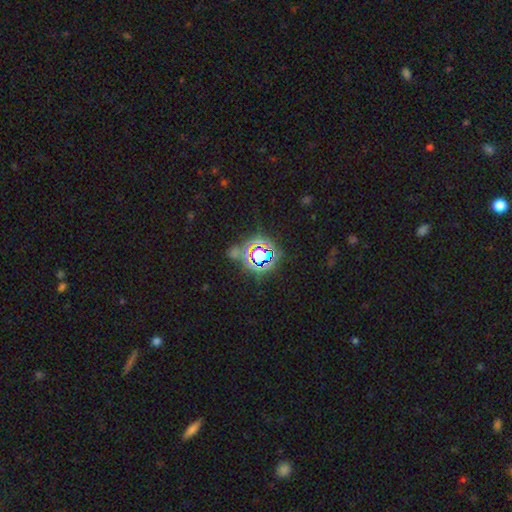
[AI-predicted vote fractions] Q: Smooth or featured?
A: star or artifact (72%); runner-up: smooth (18%)